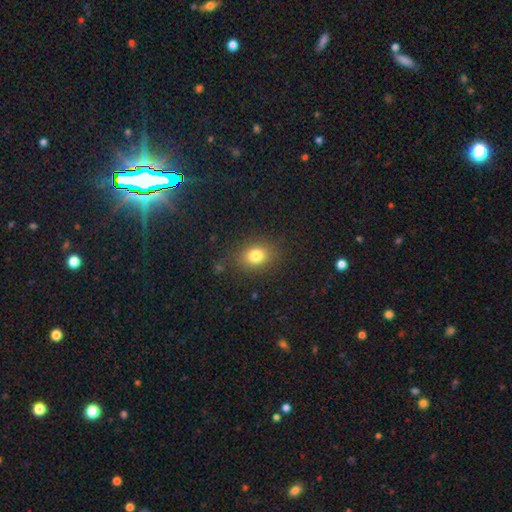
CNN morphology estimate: The model was most divided on "how rounded": in between: 53%, round: 46%, cigar-shaped: 1%. More confident: merging — none (84%); smooth or featured — smooth (80%).